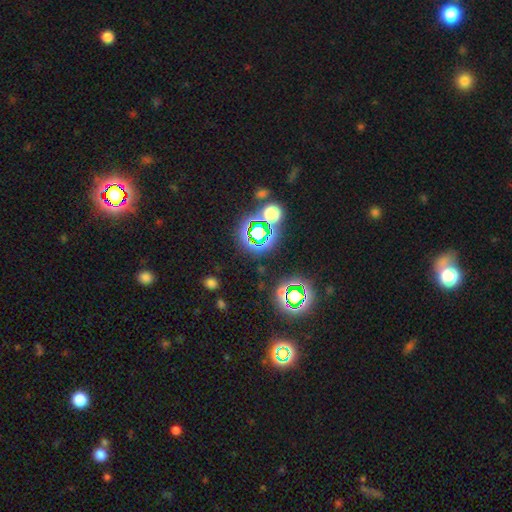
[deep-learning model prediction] This is likely a star or artifact rather than a galaxy (69%).